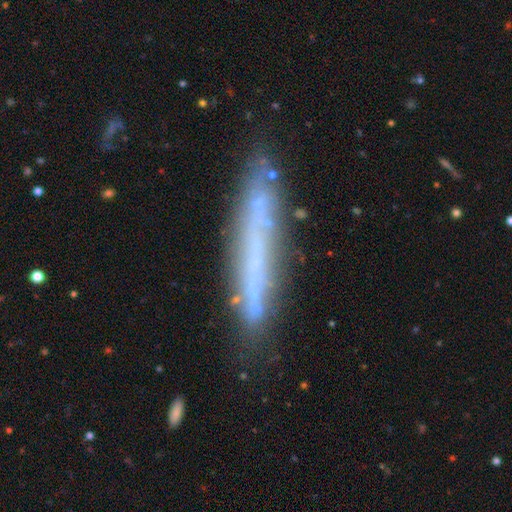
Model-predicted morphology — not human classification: smooth-or-featured: featured or disk: 52% | smooth: 38% | star or artifact: 10%
  disk-edge-on: yes: 79% | no: 21%
  merging: none: 77% | minor disturbance: 16% | major disturbance: 4% | merger: 2%